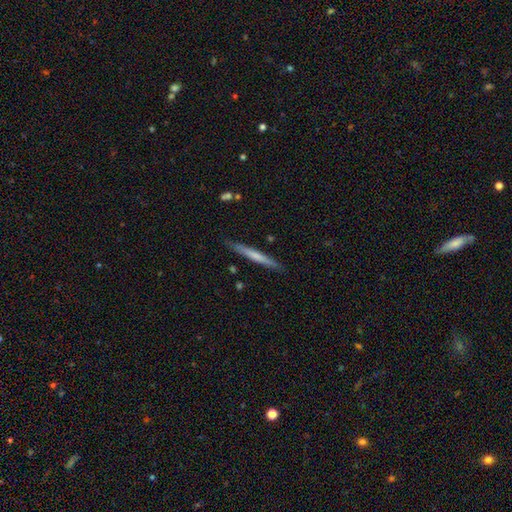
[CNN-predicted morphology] This appears to be a smooth galaxy with no disk features (54%) that is cigar-shaped (96%). Merging: none (87%).